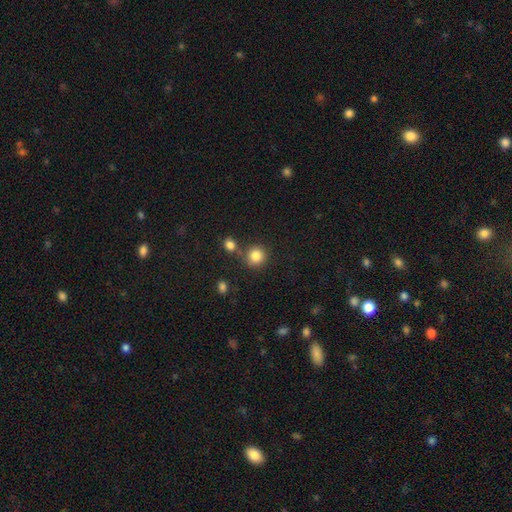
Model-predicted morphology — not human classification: Smooth or featured?
  - smooth: 84% *
  - star or artifact: 10%
  - featured or disk: 6%
How rounded?
  - round: 90% *
  - in between: 9%
  - cigar-shaped: 1%
Merging?
  - none: 71% *
  - merger: 16%
  - minor disturbance: 10%
  - major disturbance: 4%